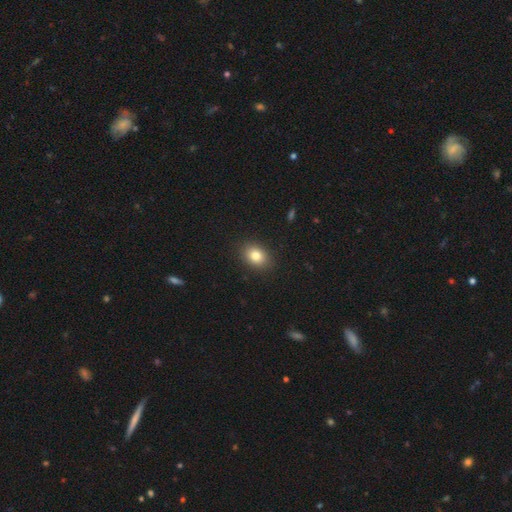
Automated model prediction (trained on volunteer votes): A smooth galaxy with no disk features (82%) that is in between round and cigar-shaped (65%).

Vote fractions:
- Smooth or featured? smooth: 82% / star or artifact: 10% / featured or disk: 8%
- How rounded? in between: 65% / round: 34% / cigar-shaped: 1%
- Merging? none: 89% / minor disturbance: 8% / major disturbance: 2% / merger: 1%